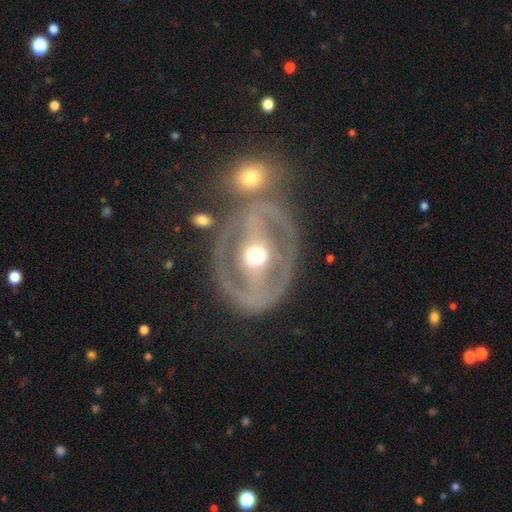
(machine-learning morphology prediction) featured or disk 75%, smooth 20%, star or artifact 5%. Down the decision tree: edge-on disk — no (93%); bar — strong (40%); spiral arms — no (63%); bulge size — moderate (75%); merging — none (64%).